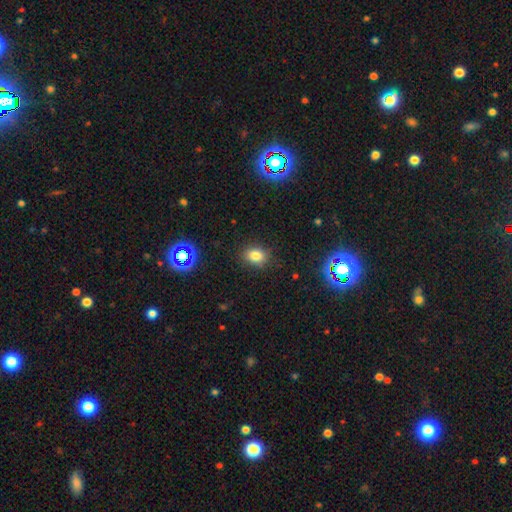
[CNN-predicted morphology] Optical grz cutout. It shows a smooth galaxy with no disk features (80%) that is in between round and cigar-shaped (56%). Merging: none (85%).